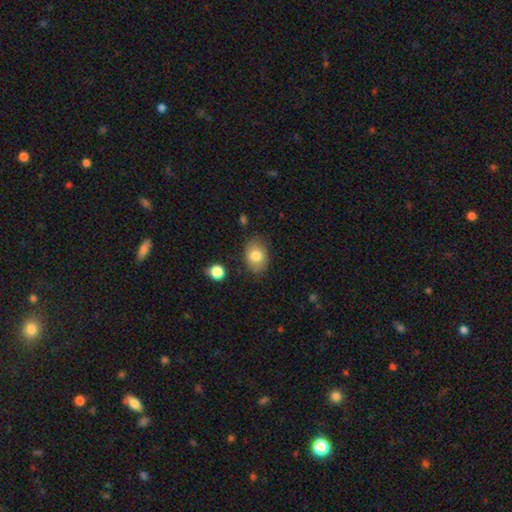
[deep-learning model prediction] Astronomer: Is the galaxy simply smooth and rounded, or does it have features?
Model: smooth — 80%.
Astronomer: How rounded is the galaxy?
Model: in between — 74%.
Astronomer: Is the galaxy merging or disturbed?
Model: none — 81%.